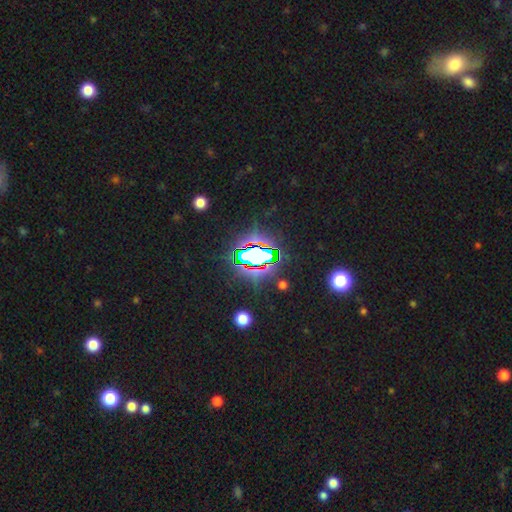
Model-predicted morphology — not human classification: Smooth or featured?
  - star or artifact: 71% *
  - smooth: 17%
  - featured or disk: 12%